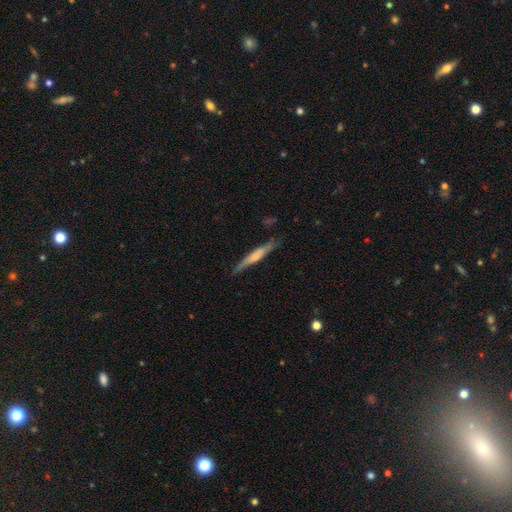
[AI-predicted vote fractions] Smooth or featured? featured or disk (48%)
Merging? none (74%)